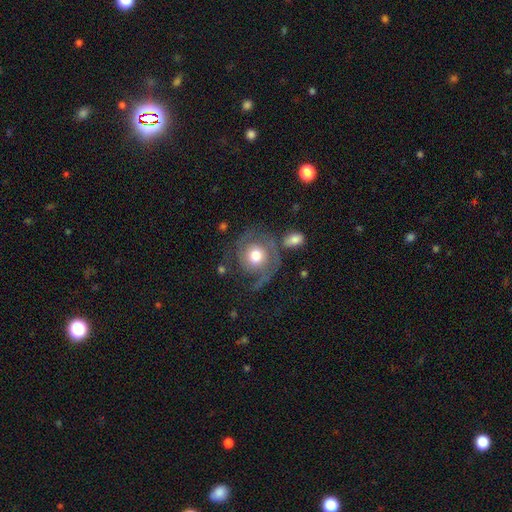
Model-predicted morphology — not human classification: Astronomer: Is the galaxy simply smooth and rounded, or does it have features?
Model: featured or disk — 61%.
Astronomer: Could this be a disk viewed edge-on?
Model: no — 97%.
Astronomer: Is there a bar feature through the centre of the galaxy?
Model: no — 82%.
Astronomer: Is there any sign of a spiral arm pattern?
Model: yes — 81%.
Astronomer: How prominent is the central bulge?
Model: moderate — 58% (runner-up: large, 33%).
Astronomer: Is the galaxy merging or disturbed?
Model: none — 53%.